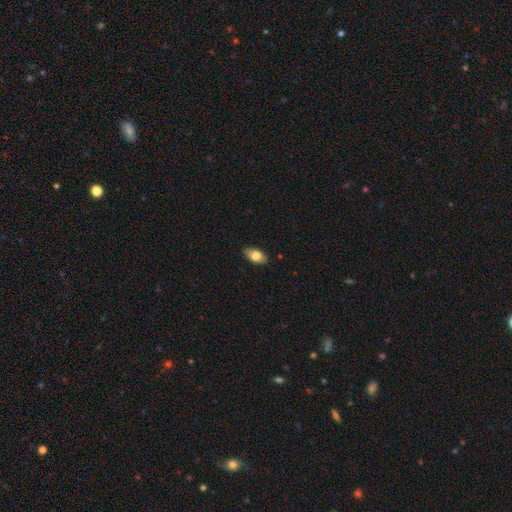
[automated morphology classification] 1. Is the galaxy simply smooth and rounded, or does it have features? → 79% smooth, 14% featured or disk, 7% star or artifact.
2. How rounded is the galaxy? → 92% in between, 5% round, 3% cigar-shaped.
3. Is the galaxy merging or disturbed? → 85% none, 12% minor disturbance, 2% major disturbance, 1% merger.